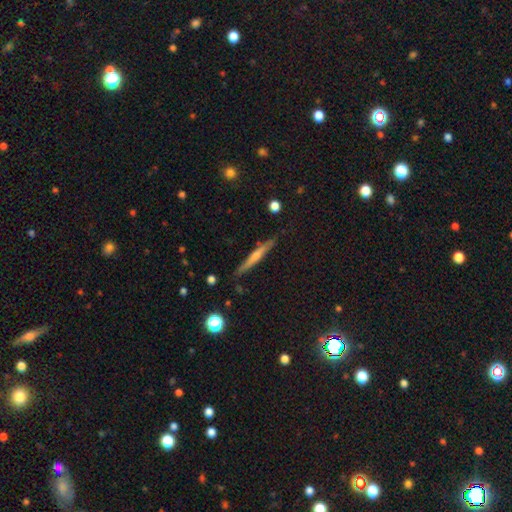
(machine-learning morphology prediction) This appears to be a featured or disk galaxy (57%) viewed edge-on (96%) with a rounded central bulge (58%). Merging: none (86%).